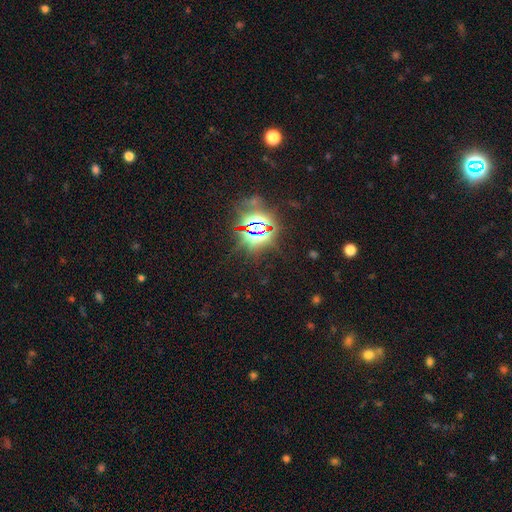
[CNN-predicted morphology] star or artifact 79%, smooth 14%, featured or disk 7%.